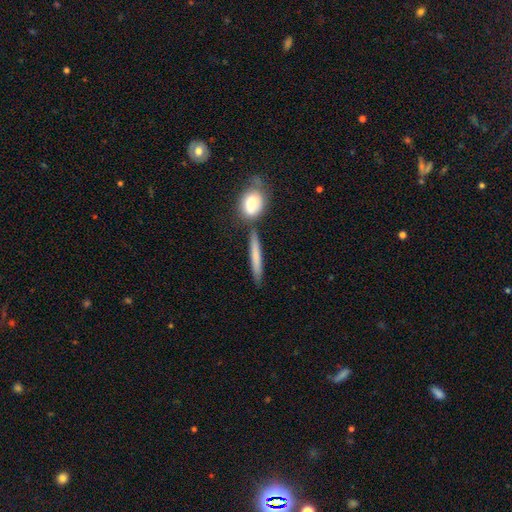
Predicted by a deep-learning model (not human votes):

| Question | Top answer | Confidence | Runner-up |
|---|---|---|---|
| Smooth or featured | smooth | 69% | featured or disk (24%) |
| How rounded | cigar-shaped | 87% | in between (9%) |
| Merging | none | 74% | merger (12%) |